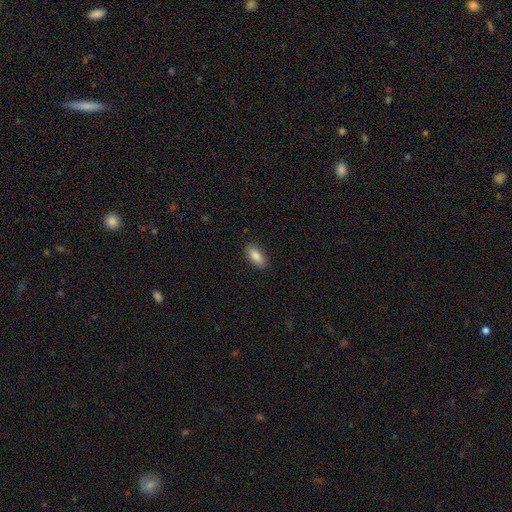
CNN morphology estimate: Smooth or featured? Predicted: smooth (p=0.87). How rounded? Predicted: in between (p=0.87). Merging? Predicted: none (p=0.87).